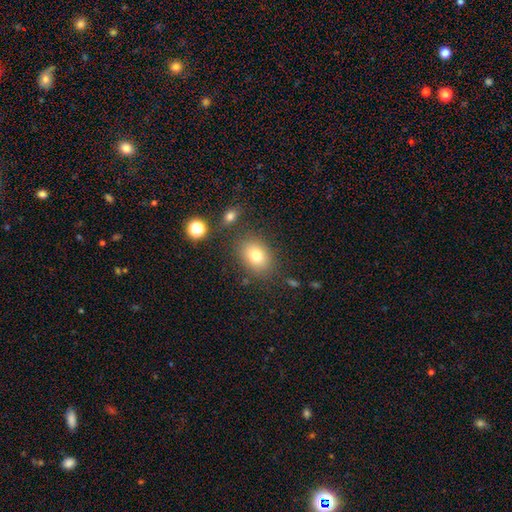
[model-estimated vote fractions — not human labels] Smooth or featured: smooth — 79% (star or artifact — 11%)
How rounded: in between — 66% (round — 33%)
Merging: none — 80% (minor disturbance — 12%)